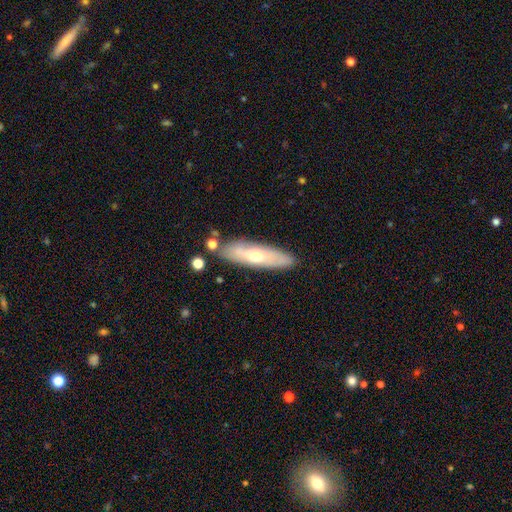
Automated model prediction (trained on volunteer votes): This is possibly a smooth galaxy (48%). Merging: clearly none (81%).